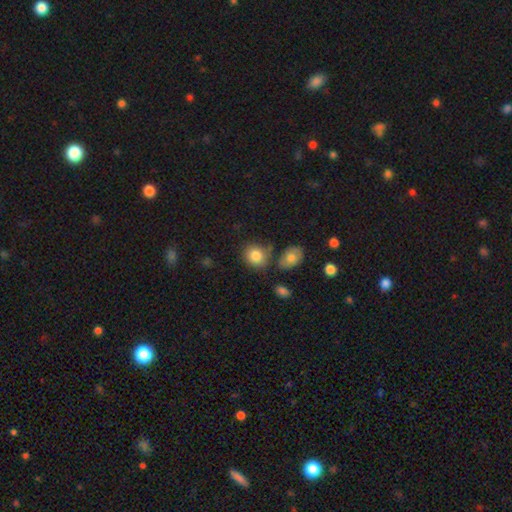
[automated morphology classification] This is clearly a smooth galaxy (83%). How rounded: likely round (69%). Merging: likely none (64%).